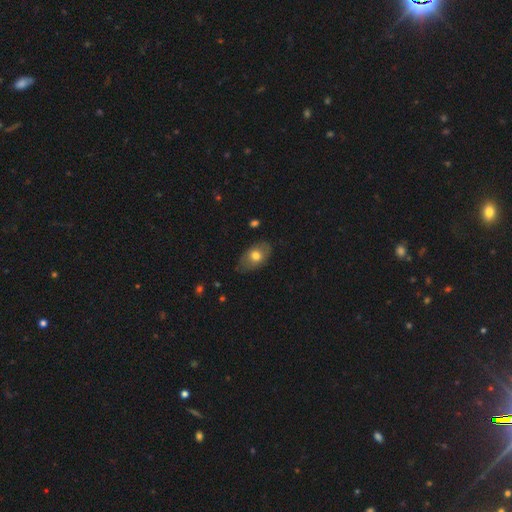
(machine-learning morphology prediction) A smooth galaxy with no disk features (71%) that is in between round and cigar-shaped (89%). Merging: none (76%).